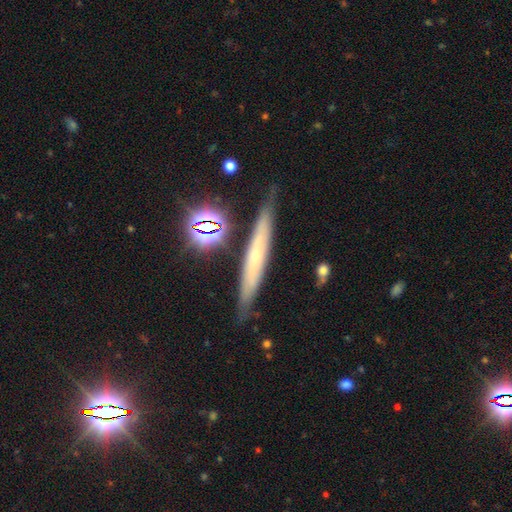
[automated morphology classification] Smooth or featured?
  - featured or disk: 49% *
  - smooth: 38%
  - star or artifact: 13%
Merging?
  - none: 81% *
  - minor disturbance: 14%
  - merger: 3%
  - major disturbance: 3%